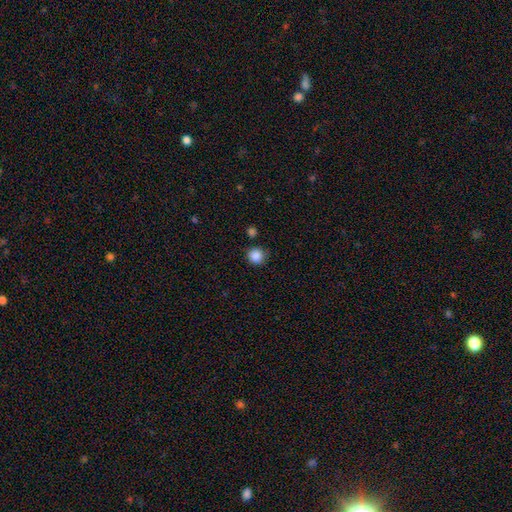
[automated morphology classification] smooth_or_featured: smooth (p=0.87) [alt: star or artifact p=0.10]
how_rounded: round (p=0.93) [alt: in between p=0.06]
merging: none (p=0.83) [alt: minor disturbance p=0.10]